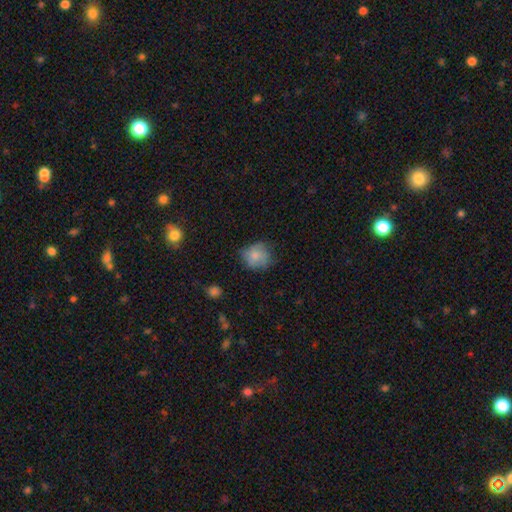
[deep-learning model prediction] Smooth or featured? smooth (76%)
How rounded? round (80%)
Merging? none (63%)